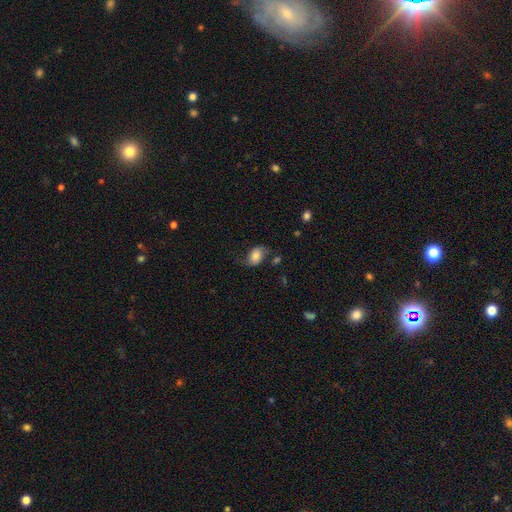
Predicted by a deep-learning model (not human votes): A smooth galaxy with no disk features (65%) that is in between round and cigar-shaped (80%).

Vote fractions:
- Smooth or featured? smooth: 65% / featured or disk: 25% / star or artifact: 9%
- How rounded? in between: 80% / round: 18% / cigar-shaped: 1%
- Merging? none: 57% / minor disturbance: 25% / major disturbance: 14% / merger: 4%